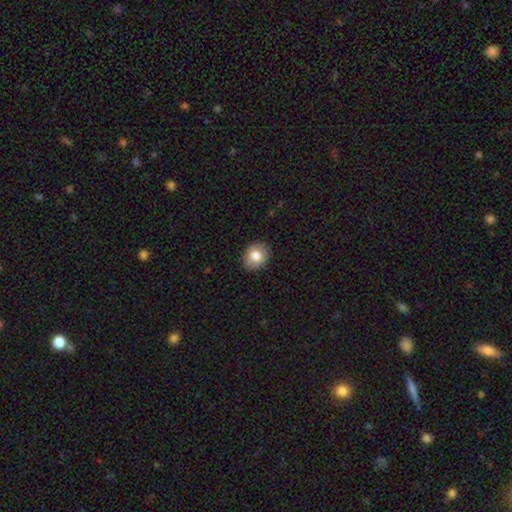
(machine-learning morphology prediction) smooth-or-featured: smooth: 79% | featured or disk: 14% | star or artifact: 8%
  how-rounded: round: 53% | in between: 46% | cigar-shaped: 1%
  merging: none: 88% | minor disturbance: 9% | major disturbance: 2% | merger: 1%